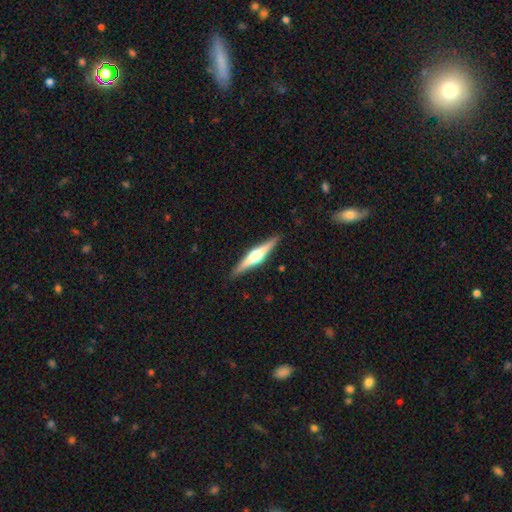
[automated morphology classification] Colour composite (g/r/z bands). It shows a featured or disk galaxy (76%) viewed edge-on (98%) with a rounded central bulge (94%). Merging: none (91%).